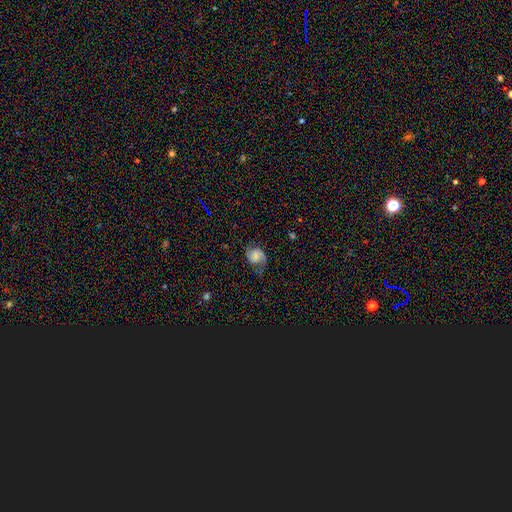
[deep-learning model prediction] A featured or disk galaxy (56%) with no bar (64%), 2 (75%) medium (45%) spiral arms (92%) and a small central bulge (37%).

Vote fractions:
- Smooth or featured? featured or disk: 56% / smooth: 34% / star or artifact: 10%
- Edge-on disk? no: 98% / yes: 2%
- Bar? no: 64% / weak: 30% / strong: 6%
- Spiral arms? yes: 92% / no: 8%
- Spiral winding? medium: 45% / loose: 32% / tight: 24%
- Spiral arm count? 2: 75% / 1: 17% / can't tell: 5% / 3: 1% / 4: 1% / more than 4: 1%
- Bulge size? small: 37% / moderate: 28% / none: 21% / large: 11% / dominant: 4%
- Merging? none: 59% / minor disturbance: 25% / major disturbance: 15% / merger: 2%